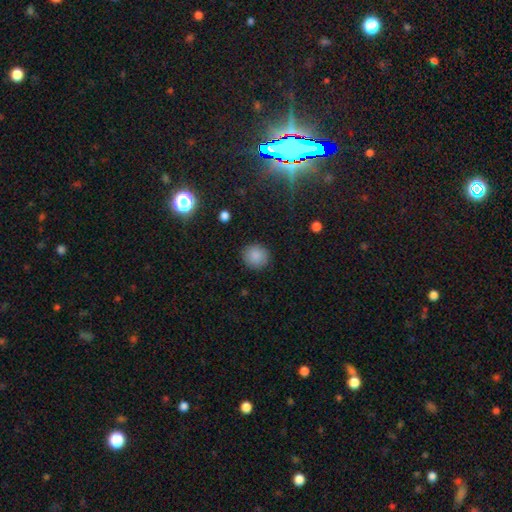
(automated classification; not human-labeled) A smooth galaxy with no disk features (87%) that is round (90%).

Vote fractions:
- Smooth or featured? smooth: 87% / star or artifact: 9% / featured or disk: 4%
- How rounded? round: 90% / in between: 9% / cigar-shaped: 1%
- Merging? none: 90% / minor disturbance: 7% / major disturbance: 2% / merger: 1%